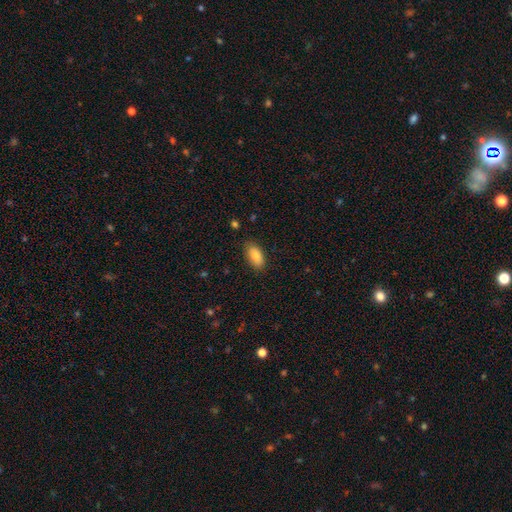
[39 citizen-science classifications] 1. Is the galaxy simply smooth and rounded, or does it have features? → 87% smooth, 8% featured or disk, 5% star or artifact.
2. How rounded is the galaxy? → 91% in between, 6% cigar-shaped, 3% round.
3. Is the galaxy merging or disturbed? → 92% none, 5% minor disturbance, 3% merger, 0% major disturbance.